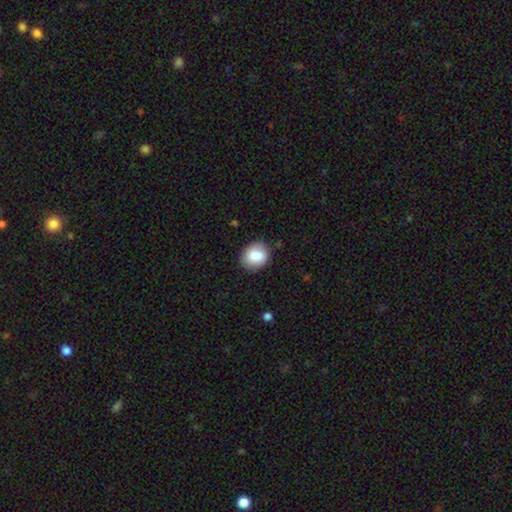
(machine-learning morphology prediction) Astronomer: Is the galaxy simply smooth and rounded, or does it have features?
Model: smooth — 84%.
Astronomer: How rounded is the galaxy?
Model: round — 58% (runner-up: in between, 41%).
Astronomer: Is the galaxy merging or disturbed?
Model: none — 82%.